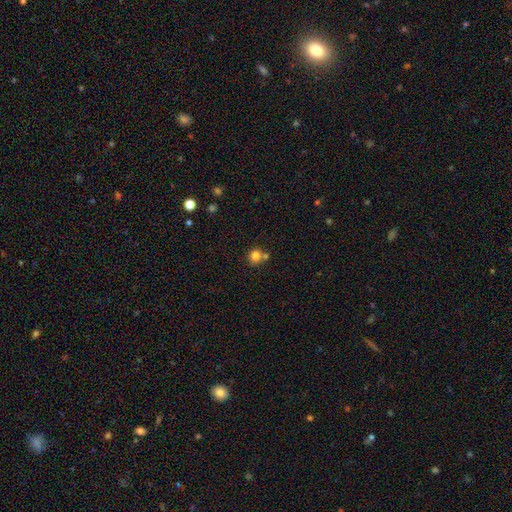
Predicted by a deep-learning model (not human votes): Smooth or featured: smooth — 80% (star or artifact — 12%)
How rounded: round — 86% (in between — 13%)
Merging: none — 62% (merger — 27%)